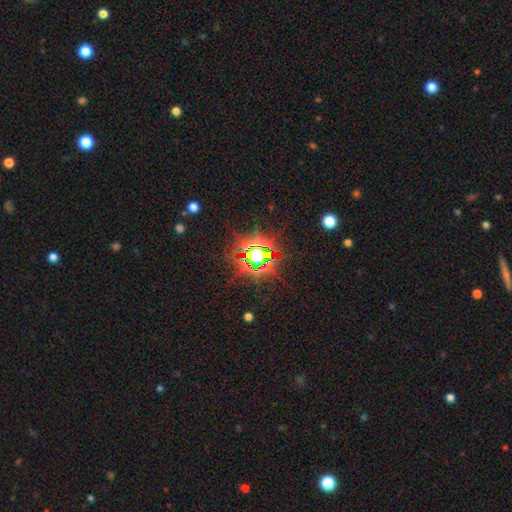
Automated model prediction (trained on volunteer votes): Smooth or featured?
  - star or artifact: 75% *
  - smooth: 15%
  - featured or disk: 11%